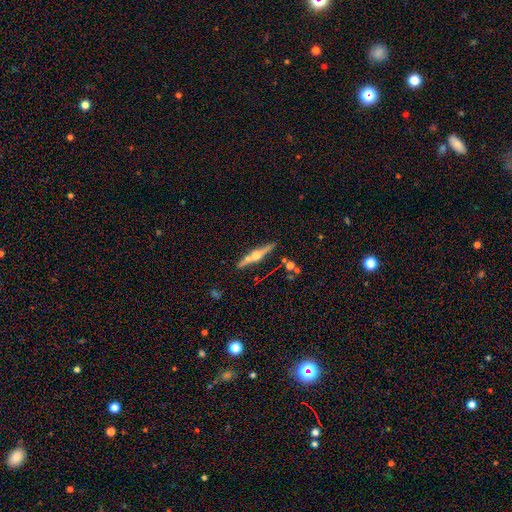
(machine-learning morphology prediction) smooth_or_featured: featured or disk (p=0.75) [alt: smooth p=0.19]
disk_edge_on: yes (p=0.97) [alt: no p=0.03]
edge_on_bulge: rounded (p=0.94) [alt: boxy p=0.03]
merging: none (p=0.79) [alt: minor disturbance p=0.10]